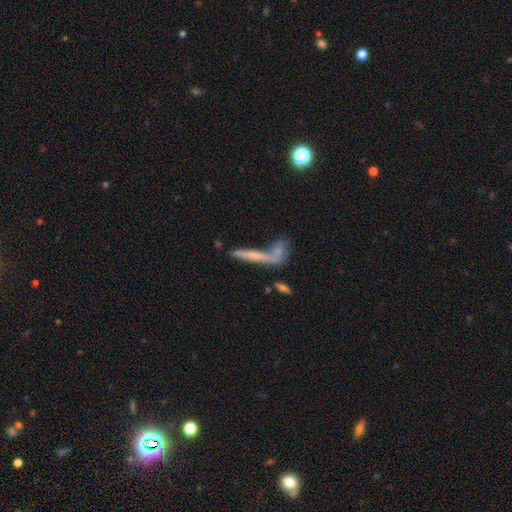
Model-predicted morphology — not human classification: Smooth or featured?
  - smooth: 45% *
  - featured or disk: 44%
  - star or artifact: 11%
Merging?
  - none: 43% *
  - merger: 37%
  - minor disturbance: 12%
  - major disturbance: 8%